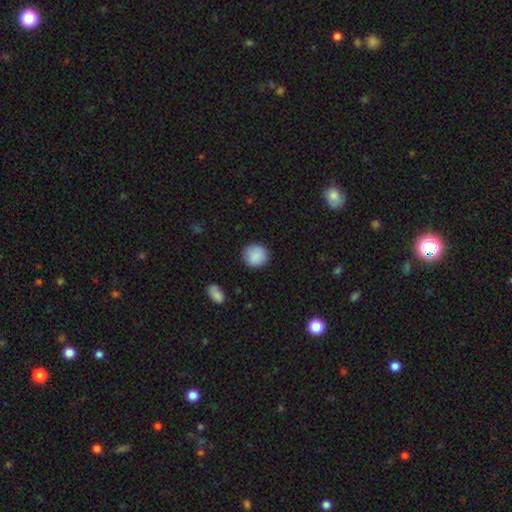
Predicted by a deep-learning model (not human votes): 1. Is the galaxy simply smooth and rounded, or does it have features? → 89% smooth, 7% star or artifact, 4% featured or disk.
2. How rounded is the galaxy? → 87% round, 12% in between, 1% cigar-shaped.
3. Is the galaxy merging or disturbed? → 87% none, 9% minor disturbance, 2% major disturbance, 1% merger.